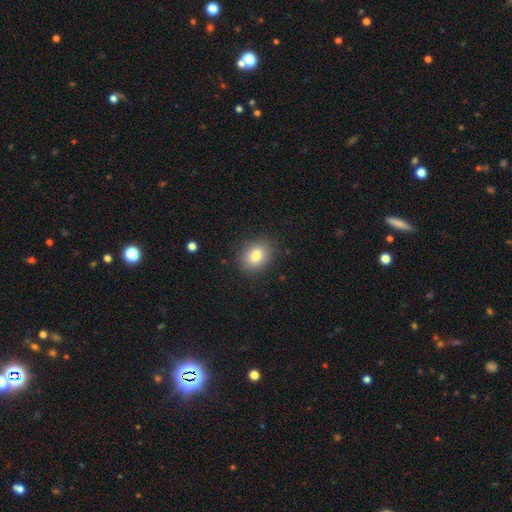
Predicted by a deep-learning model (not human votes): This appears to be a smooth galaxy with no disk features (81%) that is in between round and cigar-shaped (56%). Merging: none (87%).